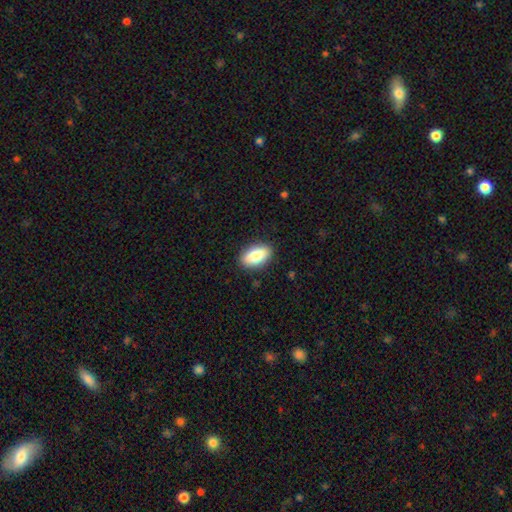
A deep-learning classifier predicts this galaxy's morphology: smooth 81%, featured or disk 13%, star or artifact 7%. Down the decision tree: how rounded — in between (91%); merging — none (88%).